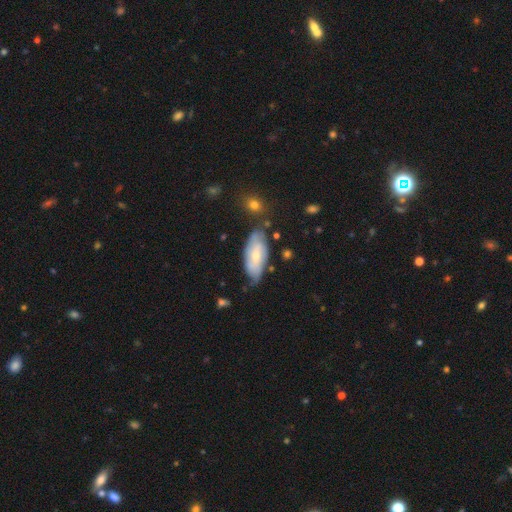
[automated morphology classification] Smooth or featured? featured or disk (48%)
Merging? none (63%)